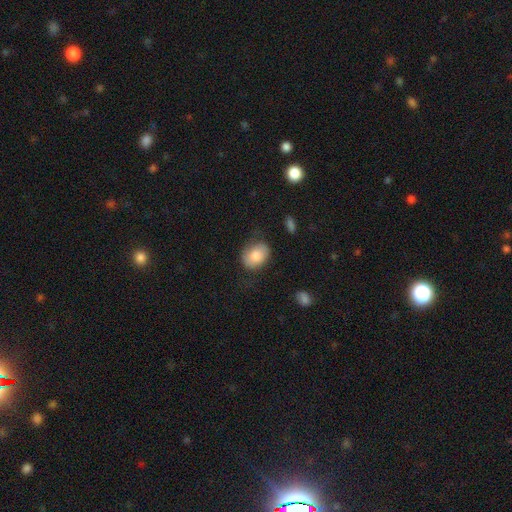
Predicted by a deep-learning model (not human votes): Smooth or featured?
  - smooth: 79% *
  - featured or disk: 14%
  - star or artifact: 7%
How rounded?
  - in between: 67% *
  - round: 32%
  - cigar-shaped: 1%
Merging?
  - none: 64% *
  - minor disturbance: 24%
  - major disturbance: 11%
  - merger: 2%